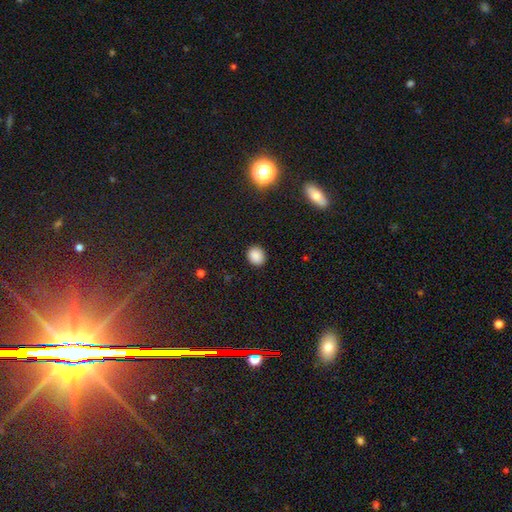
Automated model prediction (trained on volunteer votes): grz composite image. It shows a smooth galaxy with no disk features (87%) that is round (67%). Merging: none (90%).